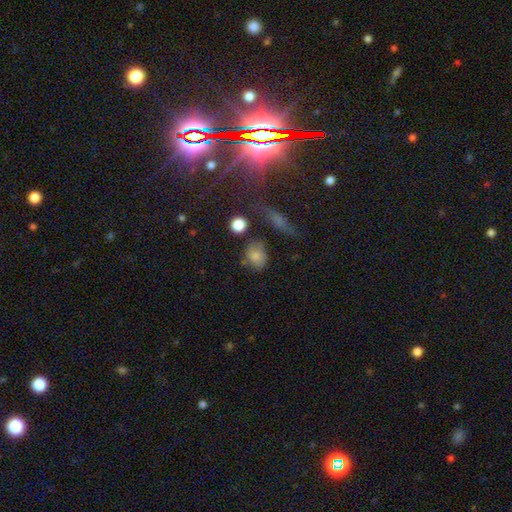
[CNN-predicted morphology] A smooth galaxy with no disk features (78%) that is round (55%). Merging: none (61%).